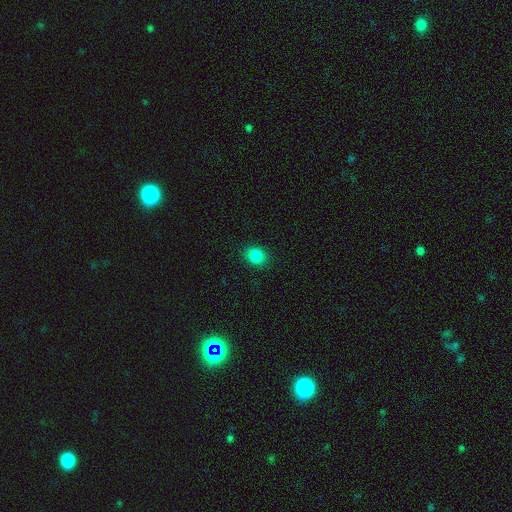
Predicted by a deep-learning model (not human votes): smooth 85%, star or artifact 11%, featured or disk 4%. Down the decision tree: how rounded — round (58%); merging — none (89%).